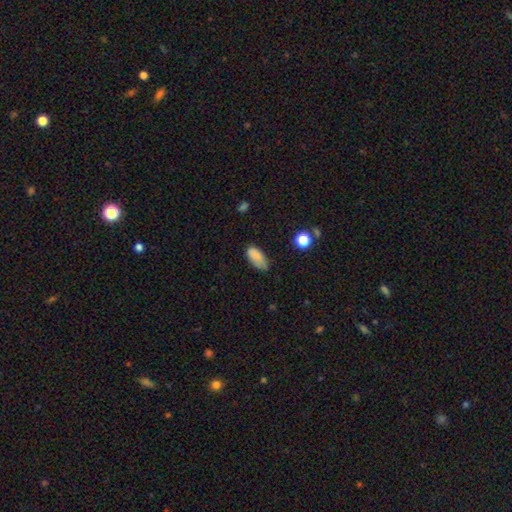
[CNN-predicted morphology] This is clearly a smooth galaxy (83%). How rounded: clearly in between (90%). Merging: possibly none (57%).